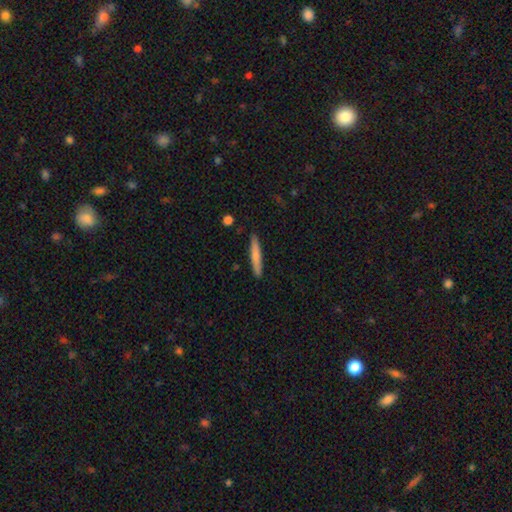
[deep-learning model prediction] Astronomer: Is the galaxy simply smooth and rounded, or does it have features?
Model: smooth — 73%.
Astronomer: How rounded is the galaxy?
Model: cigar-shaped — 94%.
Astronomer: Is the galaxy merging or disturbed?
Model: none — 88%.